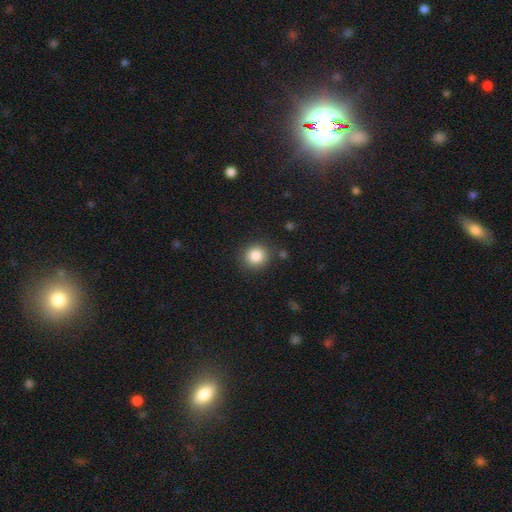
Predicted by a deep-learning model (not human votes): This is clearly a smooth galaxy (85%). How rounded: clearly round (90%). Merging: clearly none (87%).